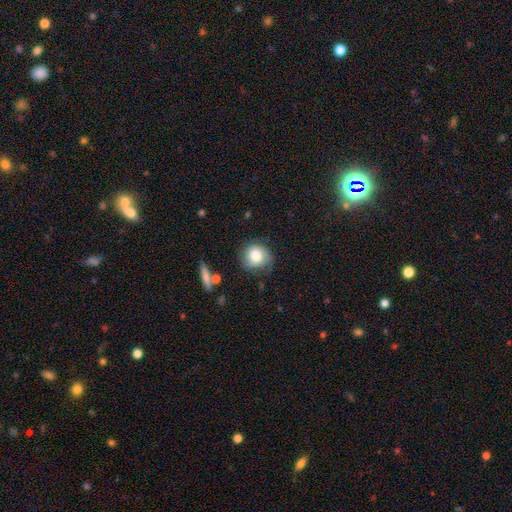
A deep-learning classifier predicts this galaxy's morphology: The model was most divided on "smooth or featured": smooth: 67%, featured or disk: 24%, star or artifact: 8%. More confident: how rounded — round (84%); merging — none (68%).